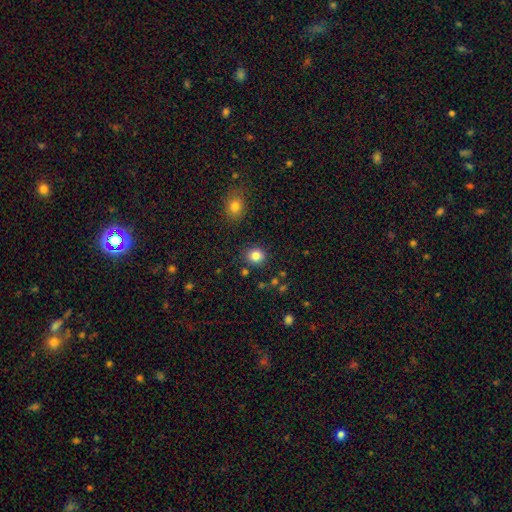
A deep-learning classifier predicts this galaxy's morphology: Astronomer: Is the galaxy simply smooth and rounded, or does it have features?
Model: smooth — 84%.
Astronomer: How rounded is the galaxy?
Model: round — 86%.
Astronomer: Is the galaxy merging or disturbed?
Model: none — 86%.